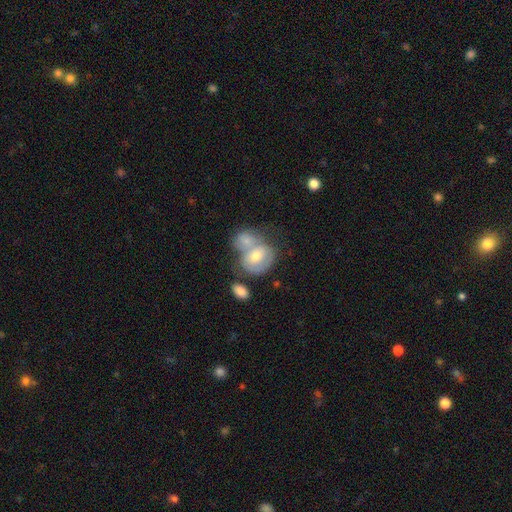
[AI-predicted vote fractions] smooth 50%, featured or disk 43%, star or artifact 7%. Down the decision tree: how rounded — round (55%); merging — merger (56%).